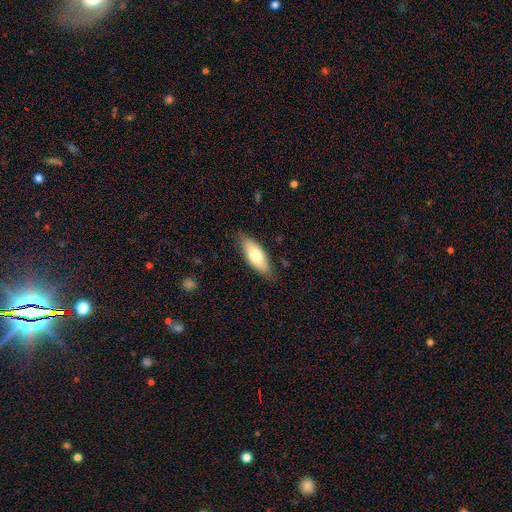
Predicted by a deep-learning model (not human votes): smooth 71%, featured or disk 23%, star or artifact 6%. Down the decision tree: how rounded — in between (77%); merging — none (82%).